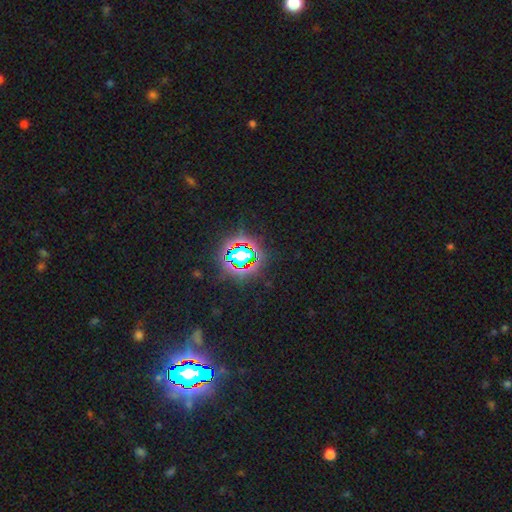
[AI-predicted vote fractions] Overall: star or artifact (80%).